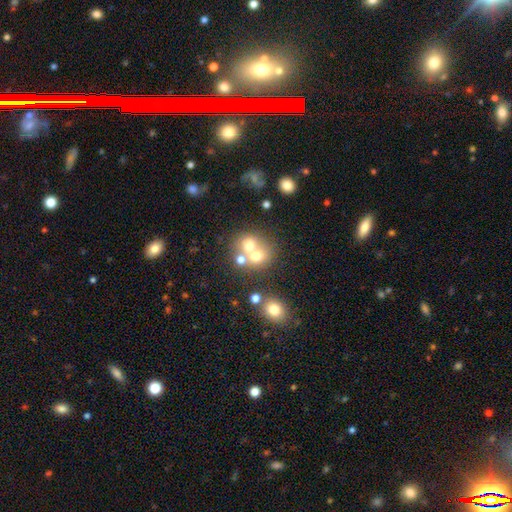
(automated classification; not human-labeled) smooth-or-featured: smooth: 63% | featured or disk: 22% | star or artifact: 16%
  how-rounded: round: 75% | in between: 24% | cigar-shaped: 1%
  merging: merger: 51% | none: 37% | minor disturbance: 7% | major disturbance: 4%